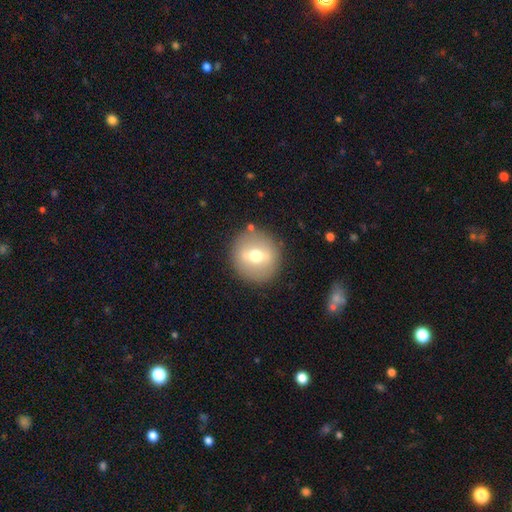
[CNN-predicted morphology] Q: Smooth or featured?
A: smooth (49%); runner-up: featured or disk (43%)
Q: Merging?
A: none (87%); runner-up: minor disturbance (8%)